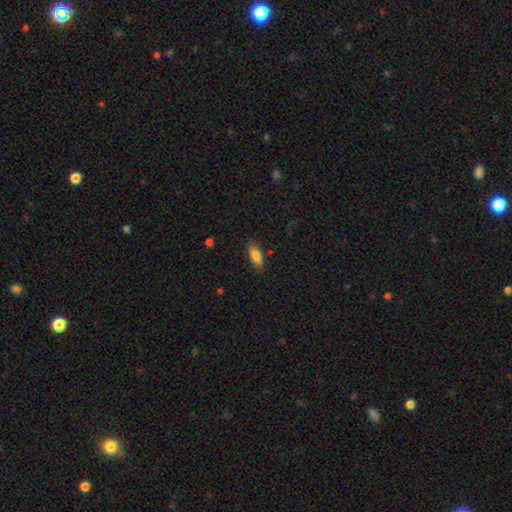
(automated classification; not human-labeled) Smooth or featured? Predicted: smooth (p=0.84). How rounded? Predicted: in between (p=0.74). Merging? Predicted: none (p=0.83).